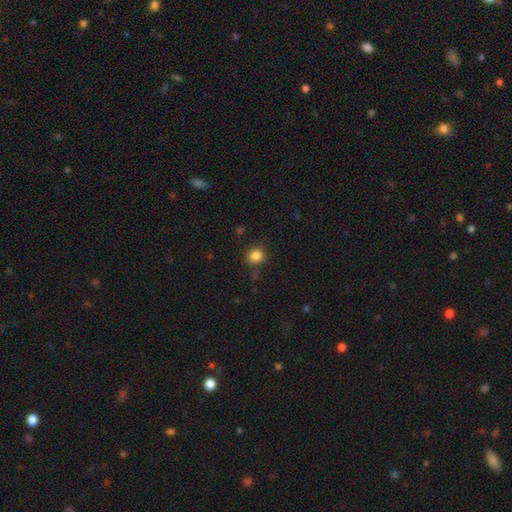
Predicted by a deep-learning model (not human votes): The model was most divided on "how rounded": round: 75%, in between: 24%, cigar-shaped: 1%. More confident: smooth or featured — smooth (84%); merging — none (81%).